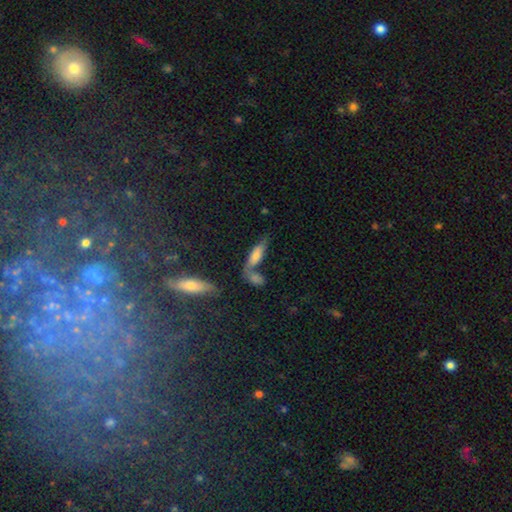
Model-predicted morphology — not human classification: Smooth or featured: smooth — 62% (featured or disk — 28%)
How rounded: in between — 55% (cigar-shaped — 42%)
Merging: merger — 40% (none — 35%)